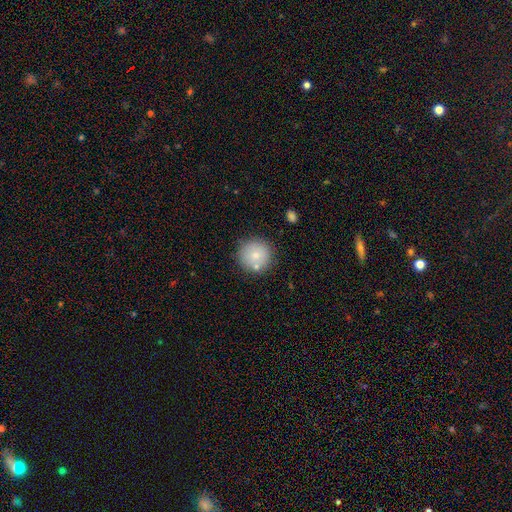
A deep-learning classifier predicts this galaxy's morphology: type=smooth (75%); roundness=round (95%); merging=none (77%).